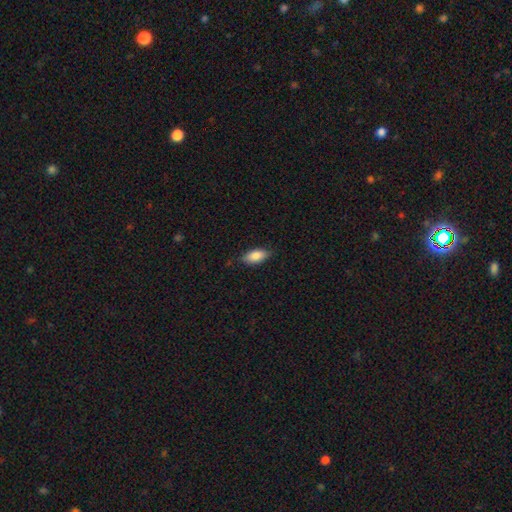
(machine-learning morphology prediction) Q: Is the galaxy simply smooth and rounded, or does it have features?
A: smooth — 86%.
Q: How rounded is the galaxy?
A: in between — 89%.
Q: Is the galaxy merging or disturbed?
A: none — 80%.